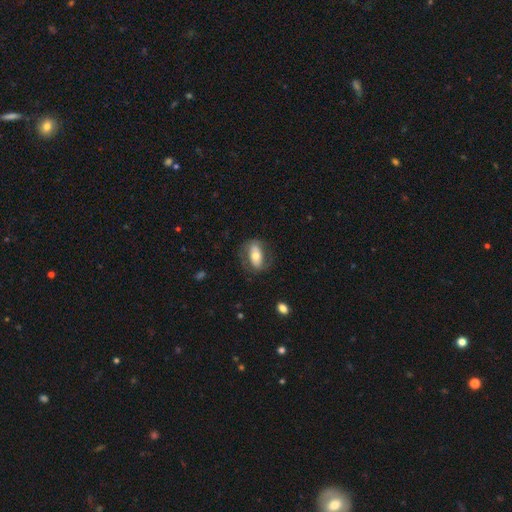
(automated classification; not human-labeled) Smooth or featured? smooth (53%)
How rounded? in between (85%)
Merging? none (71%)